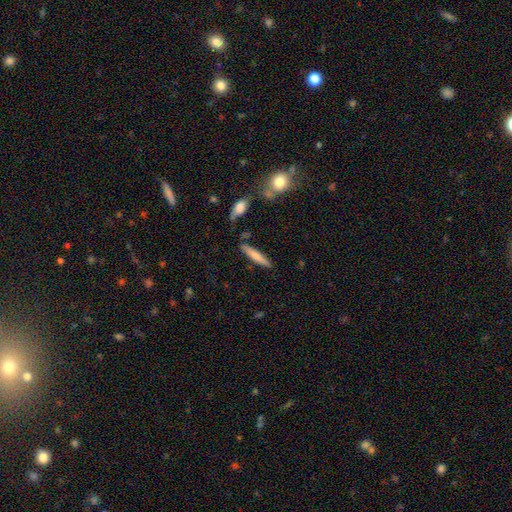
smooth 81%, featured or disk 19%, star or artifact 0%. Down the decision tree: how rounded — cigar-shaped (90%); merging — none (65%).